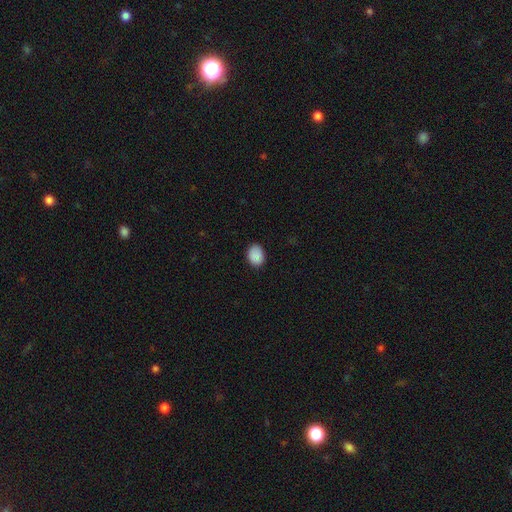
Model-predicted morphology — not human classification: type=smooth (87%); roundness=in between (66%); merging=none (83%).